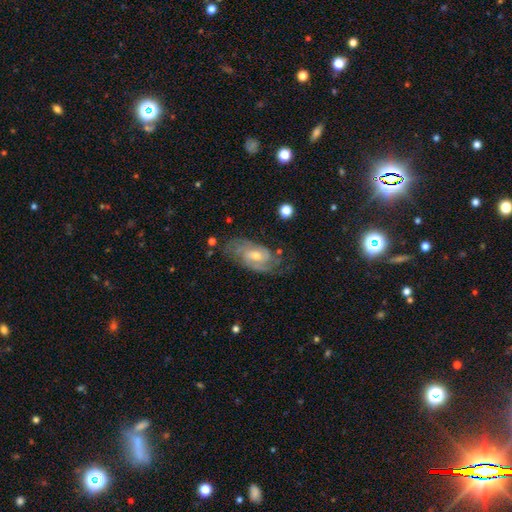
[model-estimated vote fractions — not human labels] Smooth or featured: featured or disk — 83% (smooth — 10%)
Edge-on disk: no — 95% (yes — 5%)
Bar: weak — 47% (no — 44%)
Spiral arms: yes — 95% (no — 5%)
Spiral winding: tight — 51% (medium — 38%)
Spiral arm count: 2 — 53% (can't tell — 23%)
Bulge size: moderate — 56% (small — 39%)
Merging: none — 69% (minor disturbance — 20%)